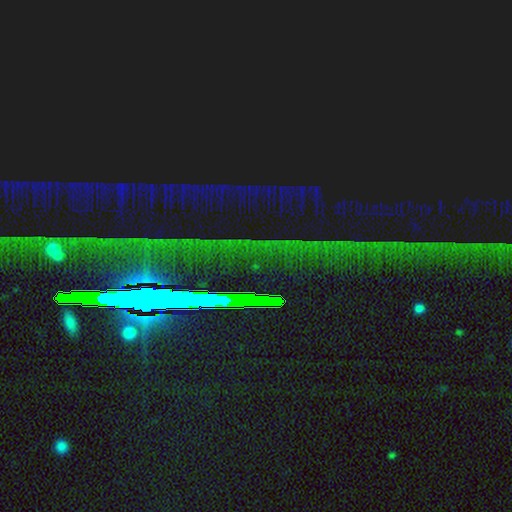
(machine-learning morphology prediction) A star or artifact, not a galaxy (87%).